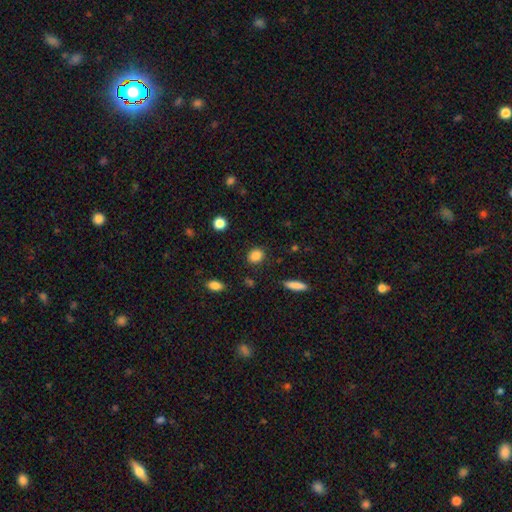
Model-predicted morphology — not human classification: smooth 87%, star or artifact 9%, featured or disk 4%. Down the decision tree: how rounded — round (58%); merging — none (87%).